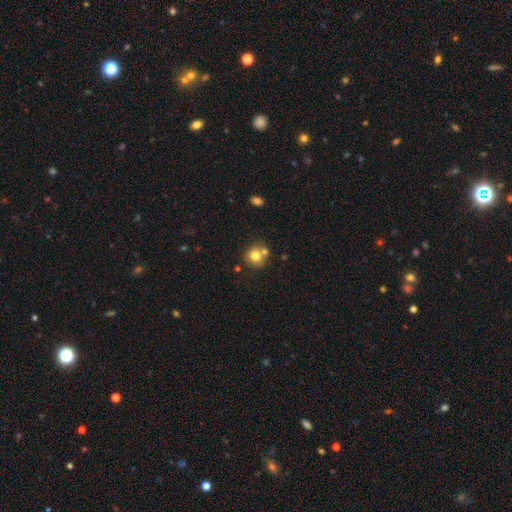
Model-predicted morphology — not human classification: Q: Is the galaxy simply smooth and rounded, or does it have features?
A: smooth — 76%.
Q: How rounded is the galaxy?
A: round — 83%.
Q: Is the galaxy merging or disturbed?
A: none — 58%.